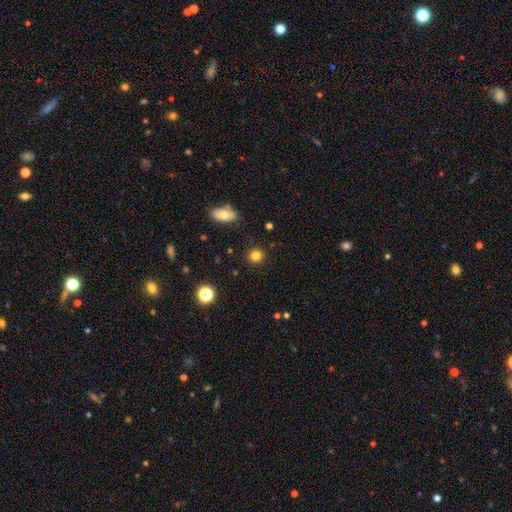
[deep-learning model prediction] smooth_or_featured: smooth (p=0.82) [alt: star or artifact p=0.12]
how_rounded: round (p=0.90) [alt: in between p=0.09]
merging: none (p=0.90) [alt: minor disturbance p=0.06]